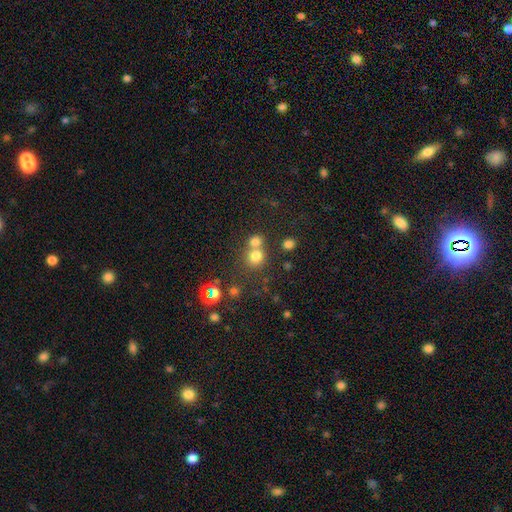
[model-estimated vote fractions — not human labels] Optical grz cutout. It shows a smooth galaxy with no disk features (73%) that is round (86%). Merging: none (50%).